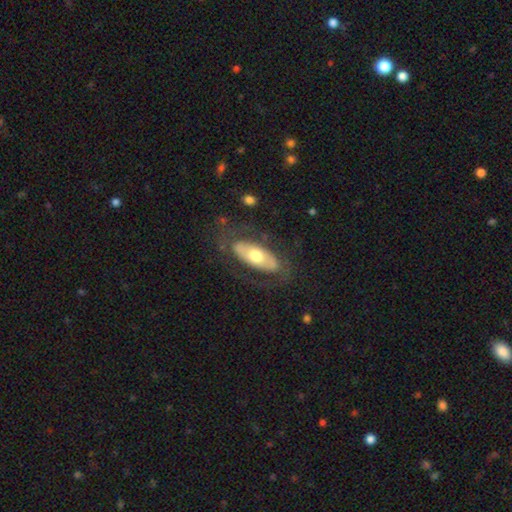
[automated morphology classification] smooth-or-featured: featured or disk: 53% | smooth: 42% | star or artifact: 5%
  disk-edge-on: no: 82% | yes: 18%
  merging: none: 72% | minor disturbance: 15% | major disturbance: 11% | merger: 2%